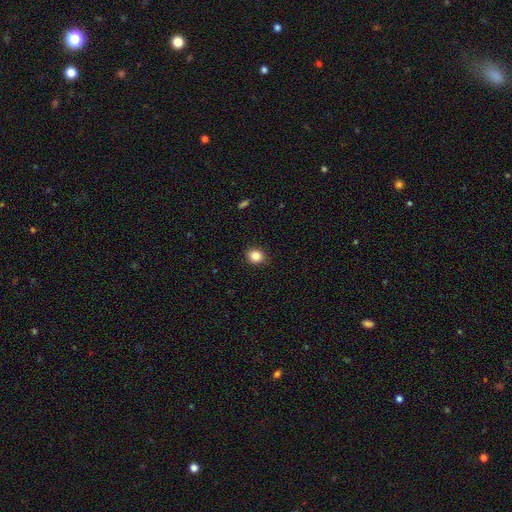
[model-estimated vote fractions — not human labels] This is clearly a smooth galaxy (86%). How rounded: likely round (69%). Merging: clearly none (89%).